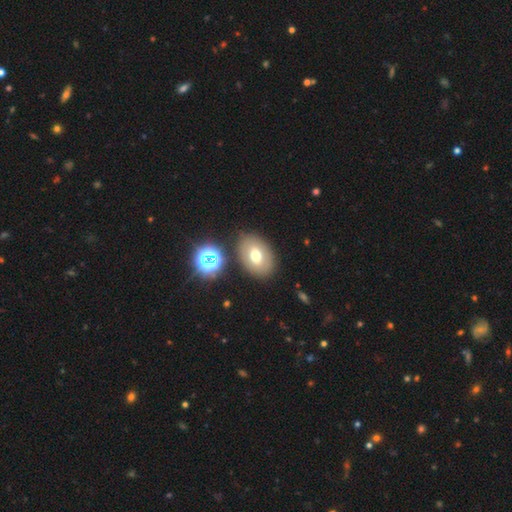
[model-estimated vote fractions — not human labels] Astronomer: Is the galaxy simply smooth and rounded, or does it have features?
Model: smooth — 66%.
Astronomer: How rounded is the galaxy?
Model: in between — 79%.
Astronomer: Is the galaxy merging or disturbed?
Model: none — 80%.